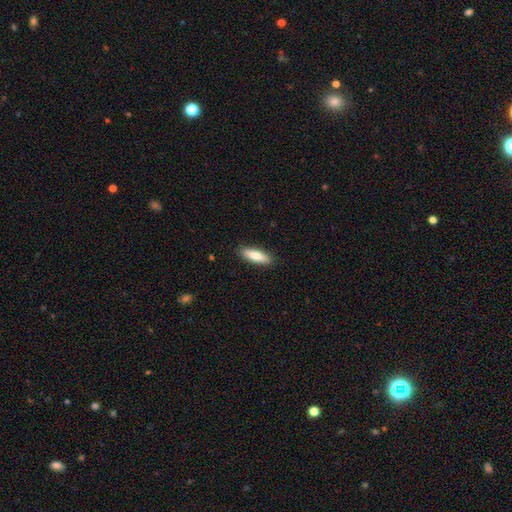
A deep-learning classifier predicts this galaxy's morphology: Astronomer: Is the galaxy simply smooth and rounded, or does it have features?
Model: smooth — 80%.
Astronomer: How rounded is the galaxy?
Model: cigar-shaped — 54% (runner-up: in between, 44%).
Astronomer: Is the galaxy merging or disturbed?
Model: none — 90%.